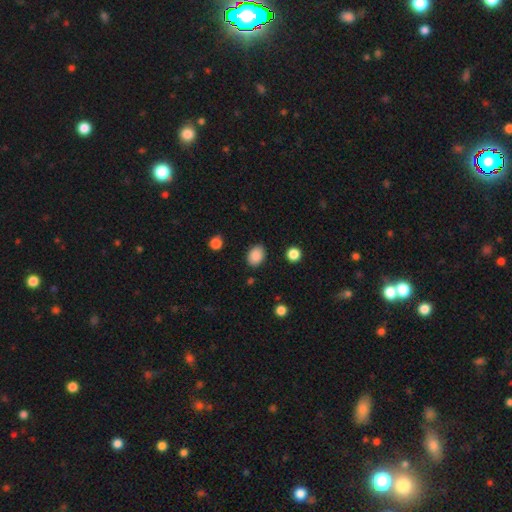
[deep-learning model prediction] Overall: smooth (88%). How rounded: in between (73%). Merging: none (85%).